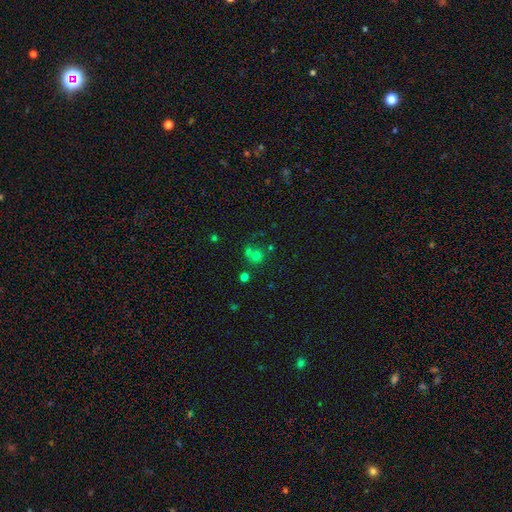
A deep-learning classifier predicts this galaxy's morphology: type=smooth (64%); roundness=round (85%); merging=none (50%).